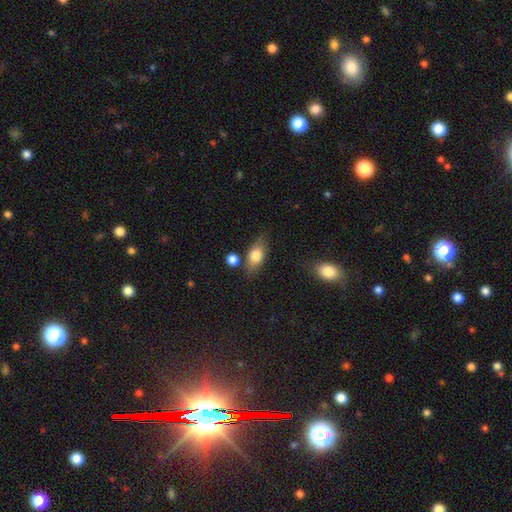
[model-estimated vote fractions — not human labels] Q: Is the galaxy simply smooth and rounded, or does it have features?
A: smooth — 77%.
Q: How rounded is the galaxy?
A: in between — 82%.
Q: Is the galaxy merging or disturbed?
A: none — 74%.